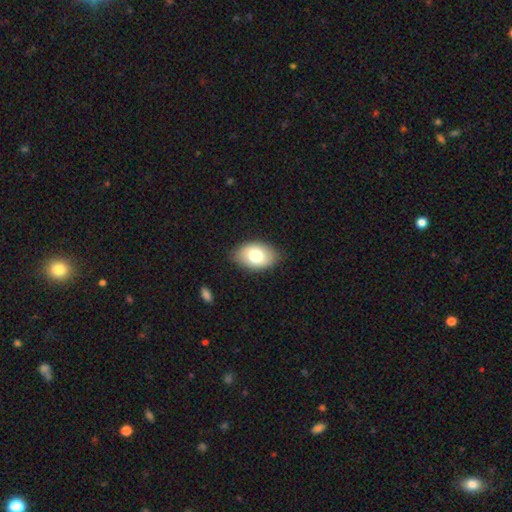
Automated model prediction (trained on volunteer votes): Smooth or featured? smooth (75%)
How rounded? in between (89%)
Merging? none (82%)